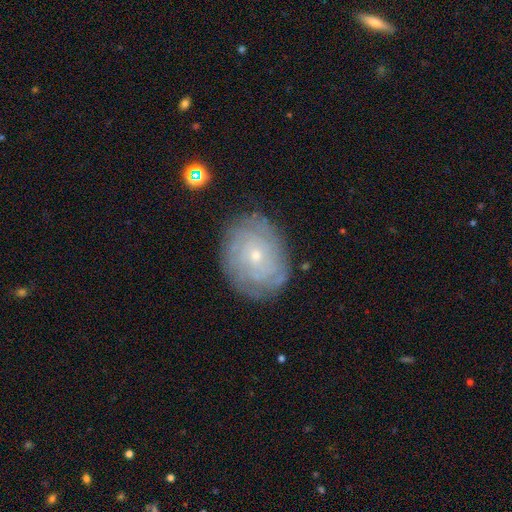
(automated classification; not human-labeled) Overall: featured or disk (73%). Edge-on disk: no (97%). Bar: no (83%). Spiral arms: yes (87%). Spiral arm count: can't tell (52%; 4 13%). Spiral winding: tight (82%). Bulge size: small (79%). Merging: none (81%).